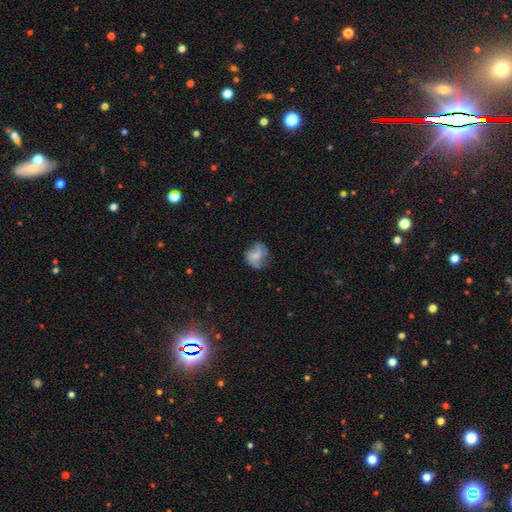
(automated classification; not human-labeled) smooth-or-featured: smooth: 52% | featured or disk: 37% | star or artifact: 10%
  how-rounded: round: 63% | in between: 35% | cigar-shaped: 1%
  merging: none: 49% | minor disturbance: 27% | major disturbance: 21% | merger: 3%